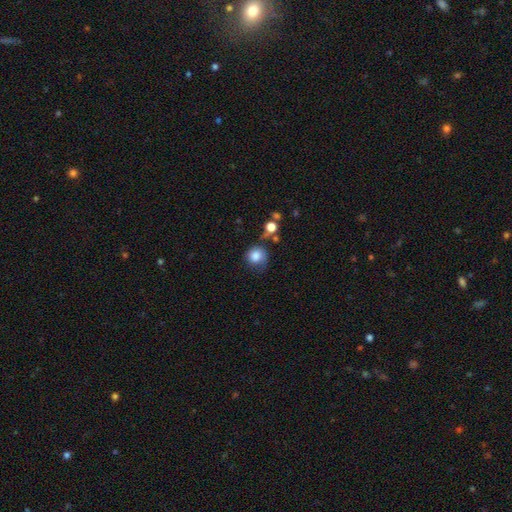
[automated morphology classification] Smooth or featured: smooth — 81% (featured or disk — 10%)
How rounded: round — 85% (in between — 14%)
Merging: none — 49% (minor disturbance — 28%)